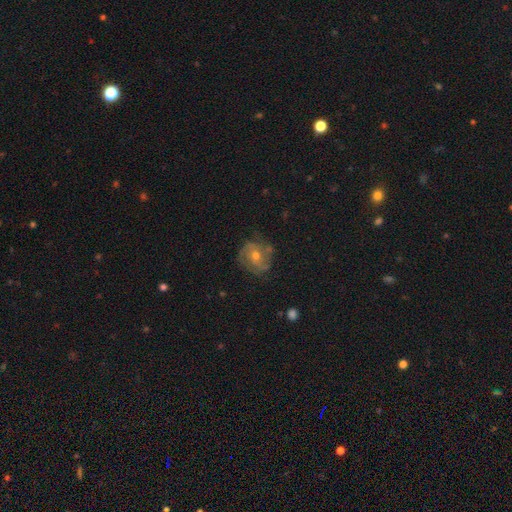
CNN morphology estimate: A featured or disk galaxy (73%) with no bar (67%), 2 (38%) tight (44%) spiral arms (89%) and a moderate central bulge (57%). Merging: none (73%).